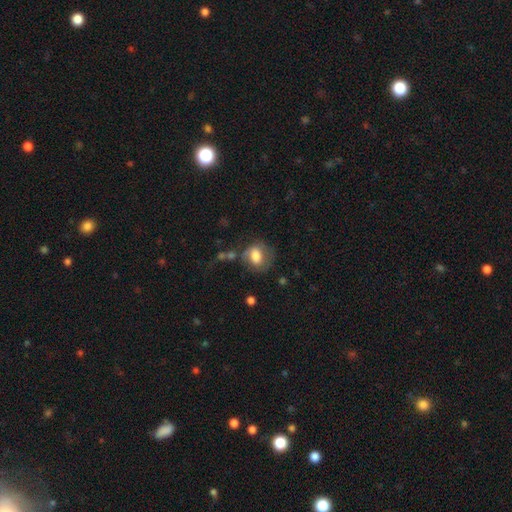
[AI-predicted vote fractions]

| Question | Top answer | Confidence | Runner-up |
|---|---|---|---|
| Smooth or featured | smooth | 67% | featured or disk (25%) |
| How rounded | in between | 51% | round (48%) |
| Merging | none | 52% | minor disturbance (25%) |